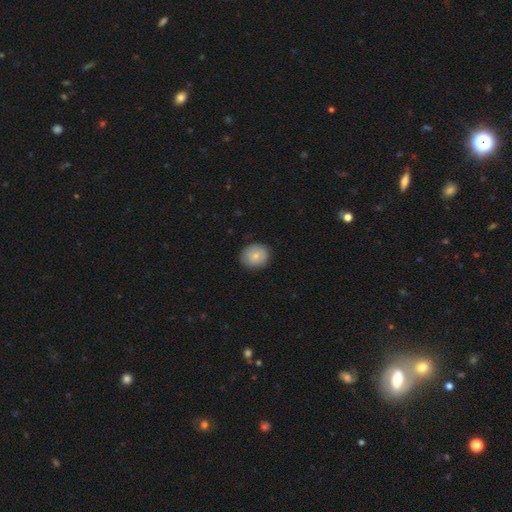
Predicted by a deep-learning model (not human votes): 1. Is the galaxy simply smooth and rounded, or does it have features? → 78% smooth, 15% featured or disk, 7% star or artifact.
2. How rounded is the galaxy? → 79% round, 20% in between, 1% cigar-shaped.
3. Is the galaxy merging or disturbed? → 85% none, 12% minor disturbance, 2% major disturbance, 1% merger.